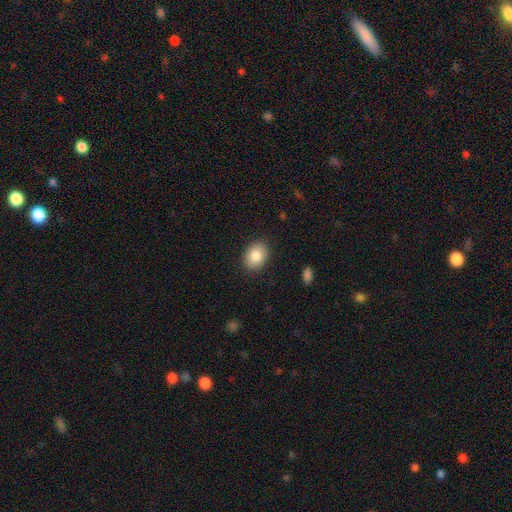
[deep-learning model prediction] This appears to be a smooth galaxy with no disk features (85%) that is in between round and cigar-shaped (68%). Merging: none (88%).